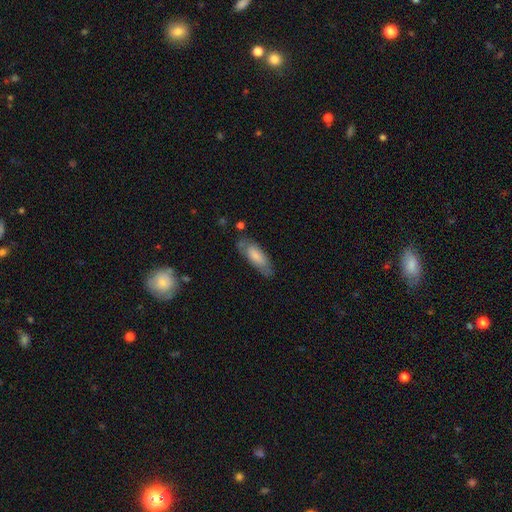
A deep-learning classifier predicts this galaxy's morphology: smooth 74%, featured or disk 20%, star or artifact 6%. Down the decision tree: how rounded — in between (66%); merging — none (68%).